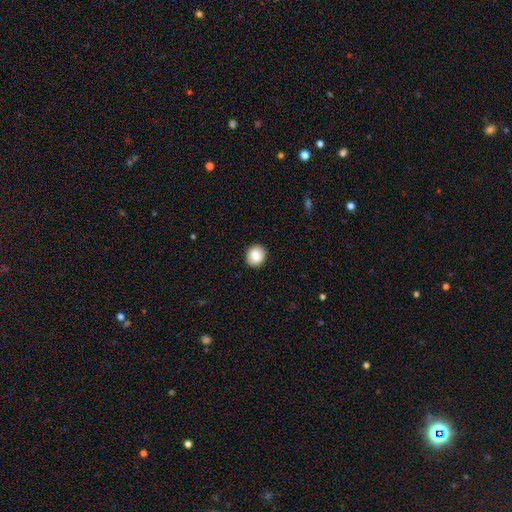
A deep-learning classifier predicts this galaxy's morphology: smooth 84%, star or artifact 8%, featured or disk 8%. Down the decision tree: how rounded — round (81%); merging — none (91%).